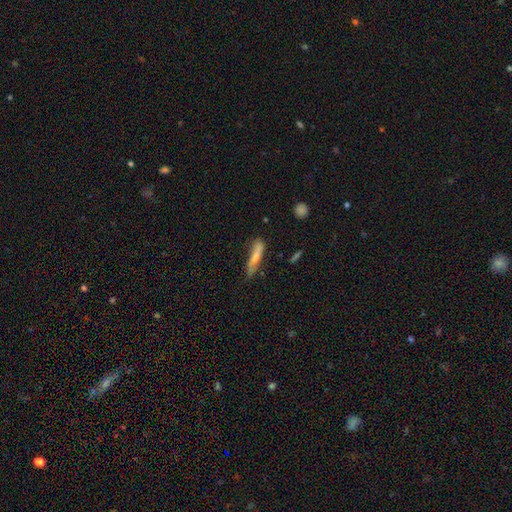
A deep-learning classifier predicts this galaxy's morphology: Smooth or featured: smooth — 72% (featured or disk — 21%)
How rounded: cigar-shaped — 84% (in between — 15%)
Merging: none — 61% (minor disturbance — 28%)